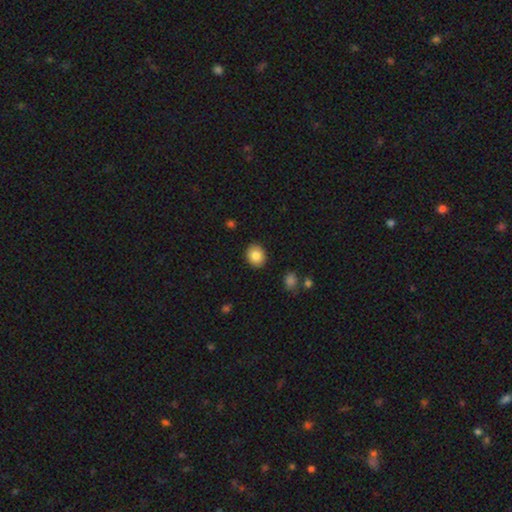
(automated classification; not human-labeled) smooth-or-featured: smooth: 84% | star or artifact: 8% | featured or disk: 8%
  how-rounded: round: 60% | in between: 39% | cigar-shaped: 1%
  merging: none: 90% | minor disturbance: 7% | major disturbance: 2% | merger: 1%